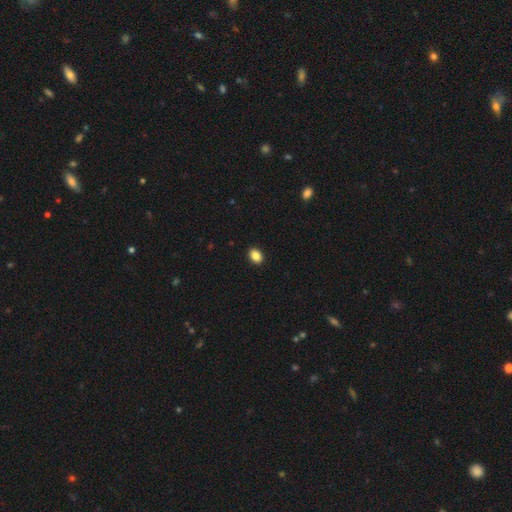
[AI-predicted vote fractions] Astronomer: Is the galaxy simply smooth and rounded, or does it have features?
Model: smooth — 87%.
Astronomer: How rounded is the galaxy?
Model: in between — 72%.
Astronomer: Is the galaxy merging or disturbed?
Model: none — 92%.